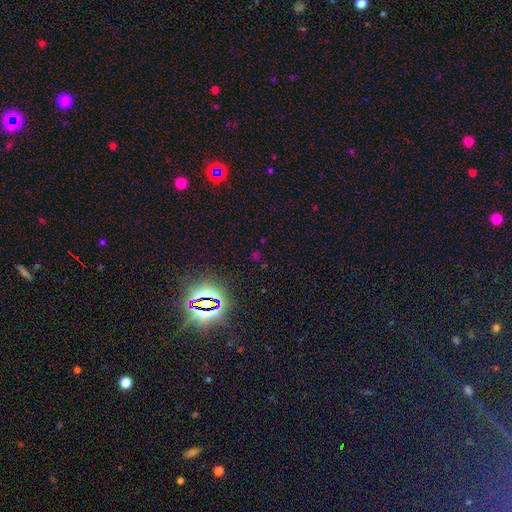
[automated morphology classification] A star or artifact, not a galaxy (68%).